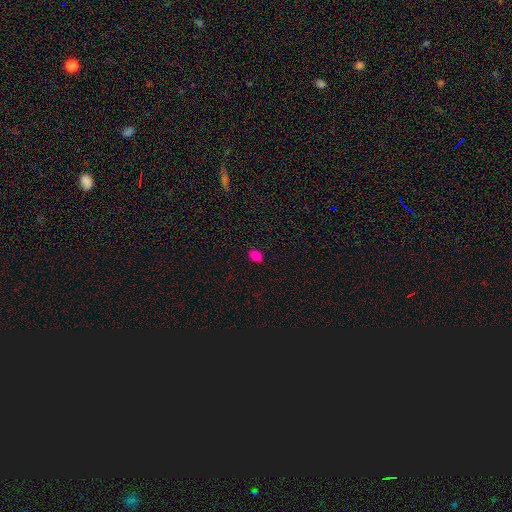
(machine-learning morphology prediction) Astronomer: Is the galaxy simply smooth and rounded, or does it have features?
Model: smooth — 85%.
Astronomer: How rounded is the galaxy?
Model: in between — 85%.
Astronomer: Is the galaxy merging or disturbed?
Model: none — 89%.